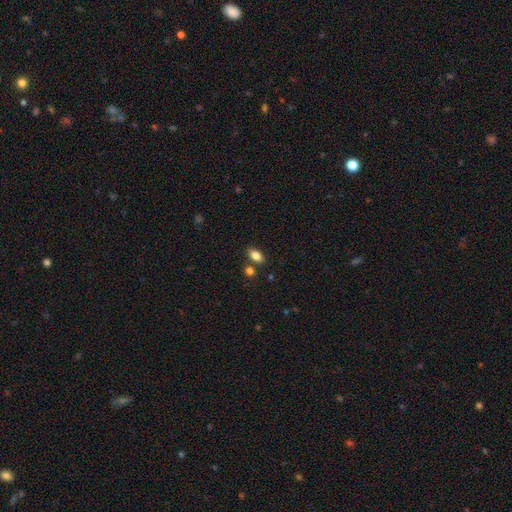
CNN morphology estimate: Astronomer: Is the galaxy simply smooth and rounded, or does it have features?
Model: smooth — 84%.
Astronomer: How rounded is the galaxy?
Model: in between — 89%.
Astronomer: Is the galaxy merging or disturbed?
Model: none — 77%.